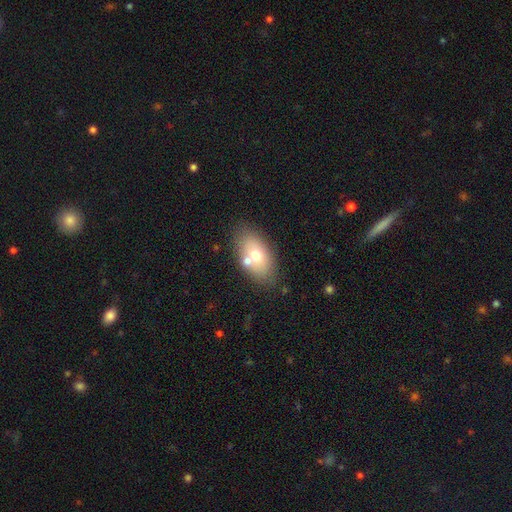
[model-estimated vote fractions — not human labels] This is likely a smooth galaxy (67%). How rounded: clearly in between (91%). Merging: likely none (69%).